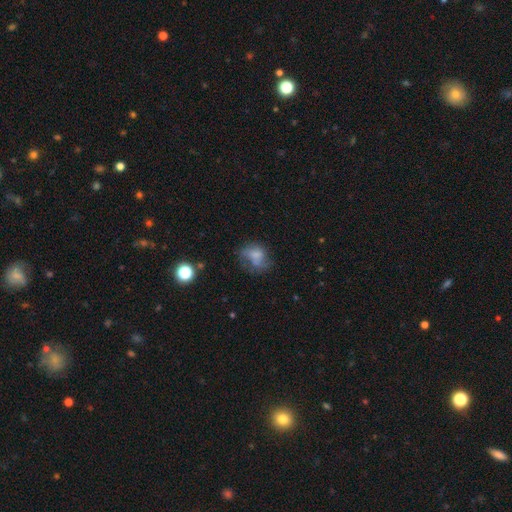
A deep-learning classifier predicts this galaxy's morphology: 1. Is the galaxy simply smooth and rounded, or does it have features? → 53% smooth, 34% featured or disk, 13% star or artifact.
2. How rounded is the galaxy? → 53% in between, 46% round, 1% cigar-shaped.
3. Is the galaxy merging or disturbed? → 39% none, 28% major disturbance, 25% minor disturbance, 7% merger.